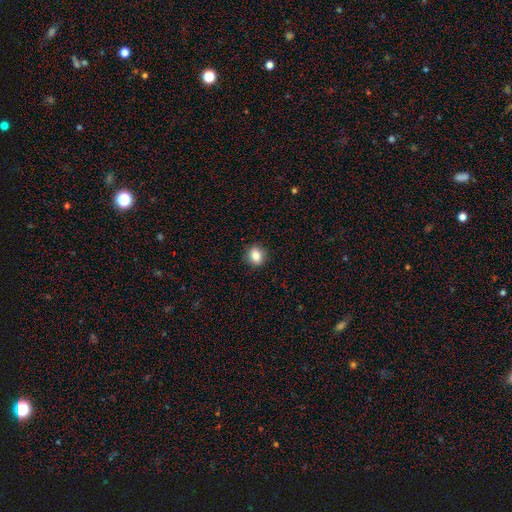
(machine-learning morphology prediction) This is clearly a smooth galaxy (84%). How rounded: likely round (68%). Merging: clearly none (90%).